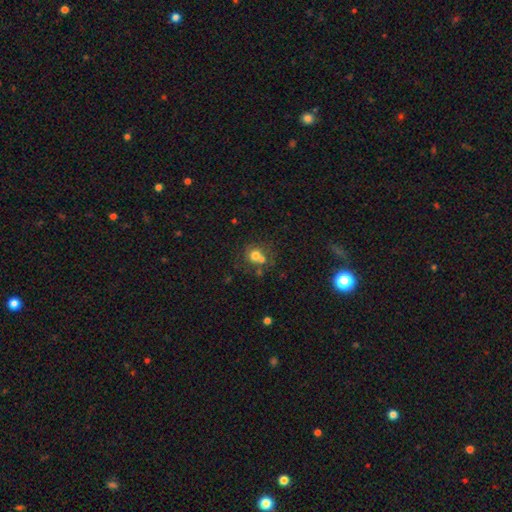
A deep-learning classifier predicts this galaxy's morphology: A smooth galaxy with no disk features (68%) that is round (80%). Merging: none (45%).